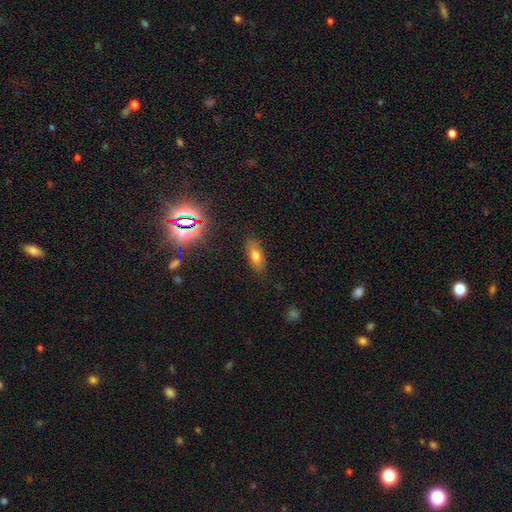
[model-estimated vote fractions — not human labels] This is likely a smooth galaxy (68%). How rounded: clearly in between (81%). Merging: likely none (80%).